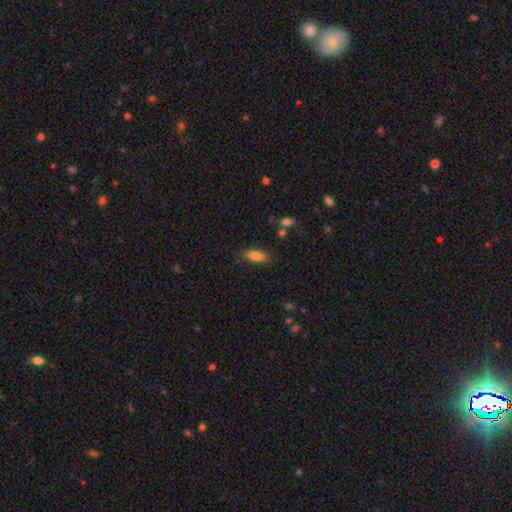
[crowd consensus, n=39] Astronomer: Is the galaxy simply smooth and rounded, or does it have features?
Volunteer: smooth — 87%.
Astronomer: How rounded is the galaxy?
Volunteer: in between — 71%.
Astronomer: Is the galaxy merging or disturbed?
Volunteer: none — 81%.